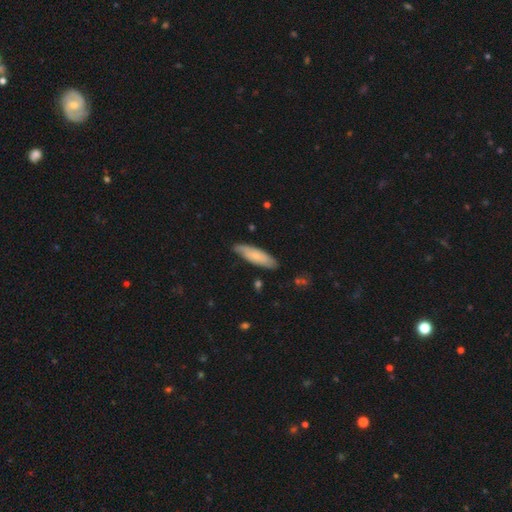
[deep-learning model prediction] smooth_or_featured: smooth (p=0.67) [alt: featured or disk p=0.27]
how_rounded: cigar-shaped (p=0.58) [alt: in between p=0.41]
merging: none (p=0.78) [alt: minor disturbance p=0.17]